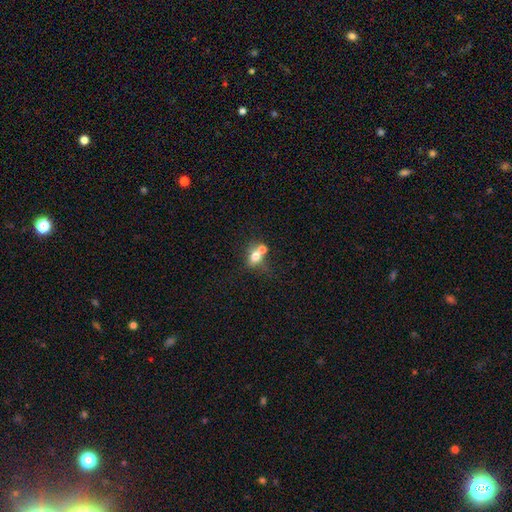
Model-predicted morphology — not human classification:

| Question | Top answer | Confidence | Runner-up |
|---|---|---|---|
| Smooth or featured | smooth | 70% | featured or disk (18%) |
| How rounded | in between | 53% | round (45%) |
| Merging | merger | 52% | none (31%) |